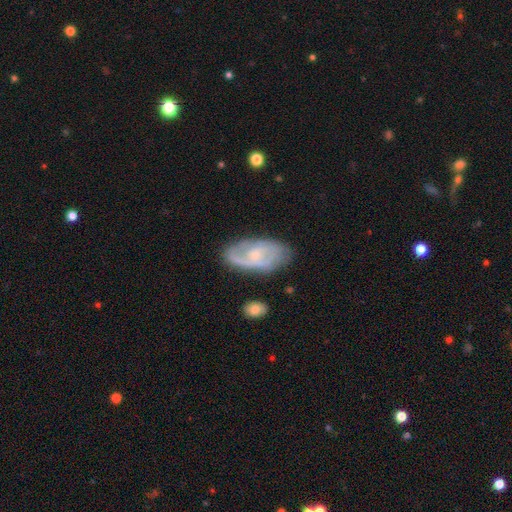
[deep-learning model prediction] A featured or disk galaxy (70%) with no bar (64%), 2 (45%) medium (41%) spiral arms (83%) and a small central bulge (71%). Merging: none (68%).